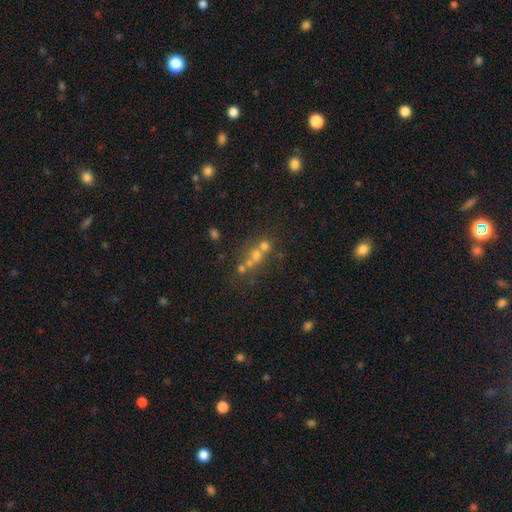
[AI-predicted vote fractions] Morphology: type=smooth (42%); merging=merger (44%).